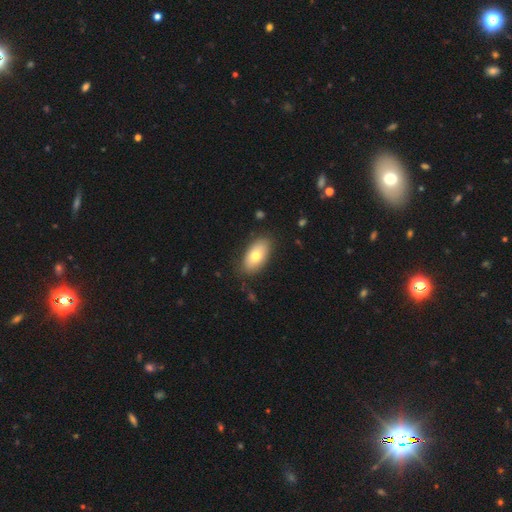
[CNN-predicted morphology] Smooth or featured: smooth — 73% (featured or disk — 20%)
How rounded: in between — 93% (round — 4%)
Merging: none — 84% (minor disturbance — 12%)